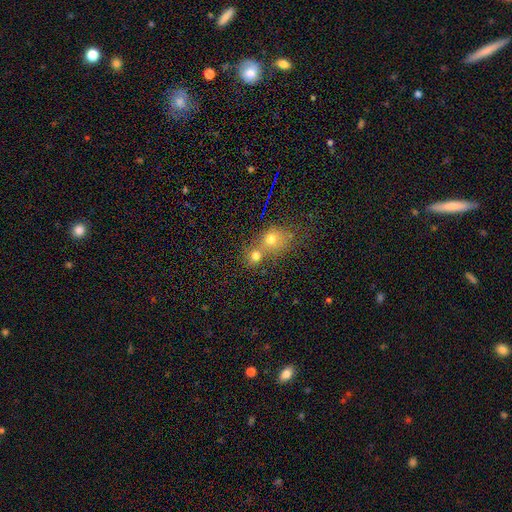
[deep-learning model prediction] Overall: smooth (70%). How rounded: round (75%). Merging: merger (52%; none 38%).